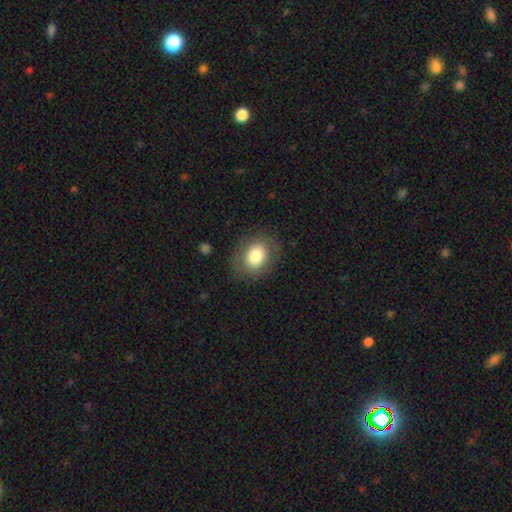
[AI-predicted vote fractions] Morphology: type=smooth (76%); roundness=in between (54%); merging=none (83%).